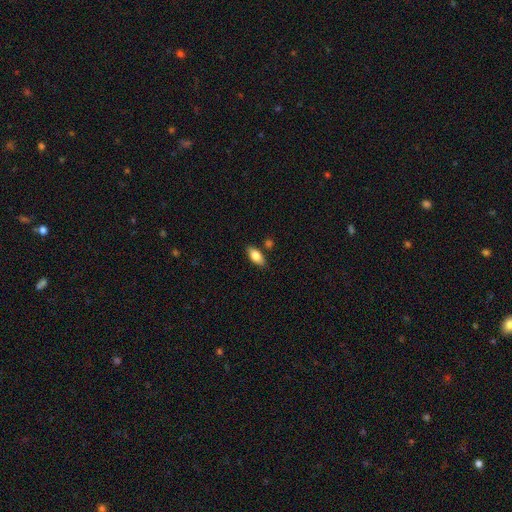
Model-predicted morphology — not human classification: Smooth or featured?
  - smooth: 81% *
  - featured or disk: 12%
  - star or artifact: 7%
How rounded?
  - in between: 88% *
  - cigar-shaped: 9%
  - round: 3%
Merging?
  - none: 82% *
  - minor disturbance: 11%
  - merger: 4%
  - major disturbance: 2%